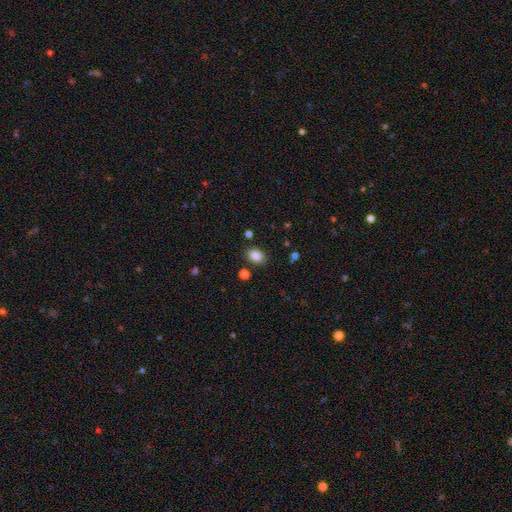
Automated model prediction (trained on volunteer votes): smooth-or-featured: smooth: 85% | star or artifact: 10% | featured or disk: 5%
  how-rounded: in between: 69% | round: 30% | cigar-shaped: 1%
  merging: none: 84% | minor disturbance: 10% | merger: 3% | major disturbance: 3%